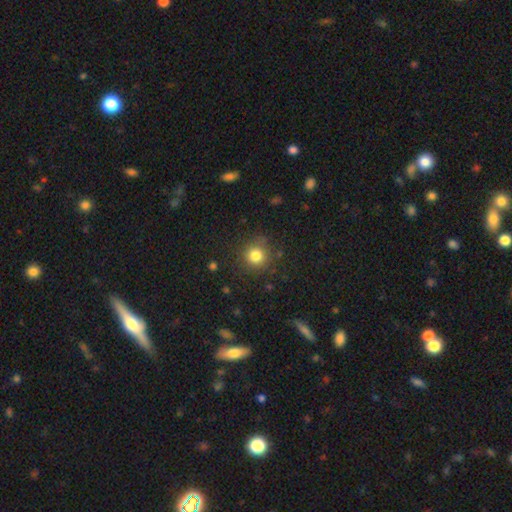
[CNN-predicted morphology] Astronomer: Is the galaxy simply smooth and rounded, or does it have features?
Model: smooth — 81%.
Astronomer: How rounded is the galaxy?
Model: round — 93%.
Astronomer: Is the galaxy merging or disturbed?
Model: none — 87%.